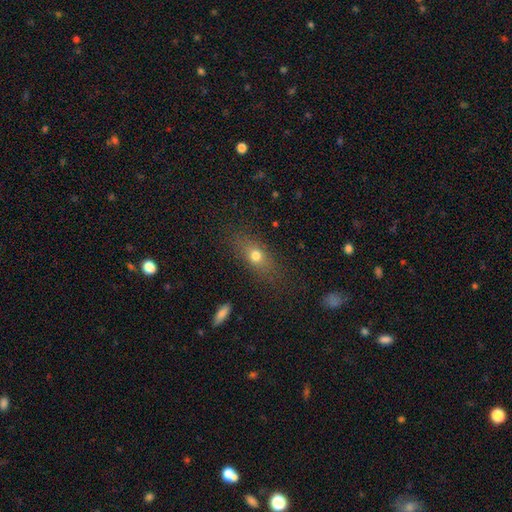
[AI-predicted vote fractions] Overall: smooth (70%). How rounded: in between (63%). Merging: none (79%).